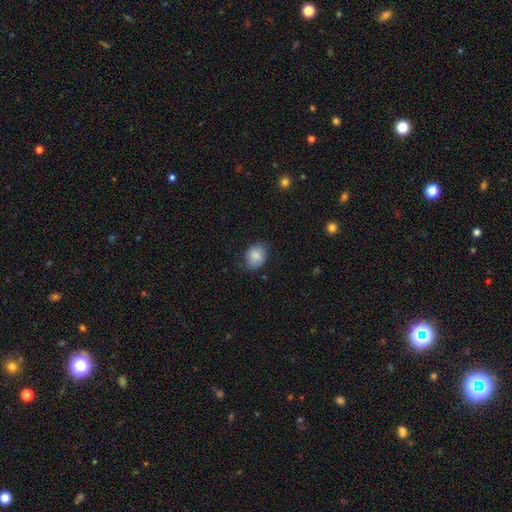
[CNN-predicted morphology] A smooth galaxy with no disk features (83%) that is in between round and cigar-shaped (50%).

Vote fractions:
- Smooth or featured? smooth: 83% / featured or disk: 10% / star or artifact: 8%
- How rounded? in between: 50% / round: 49% / cigar-shaped: 1%
- Merging? none: 67% / minor disturbance: 26% / major disturbance: 6% / merger: 1%